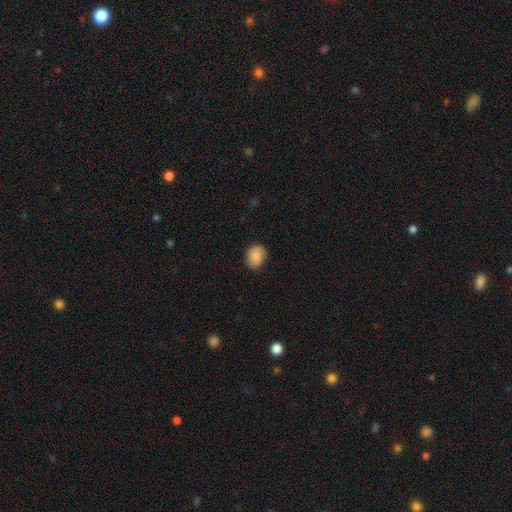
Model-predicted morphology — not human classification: A smooth galaxy with no disk features (84%) that is in between round and cigar-shaped (56%).

Vote fractions:
- Smooth or featured? smooth: 84% / featured or disk: 8% / star or artifact: 8%
- How rounded? in between: 56% / round: 43% / cigar-shaped: 1%
- Merging? none: 83% / minor disturbance: 13% / major disturbance: 3% / merger: 1%